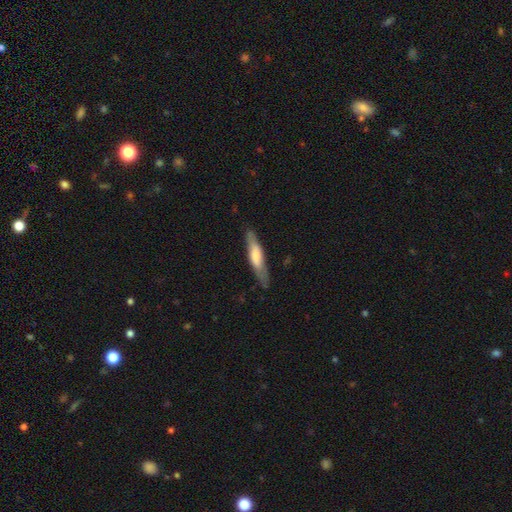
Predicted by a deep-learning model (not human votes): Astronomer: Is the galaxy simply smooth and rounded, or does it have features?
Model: smooth — 56% (runner-up: featured or disk, 39%).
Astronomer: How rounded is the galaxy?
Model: cigar-shaped — 79%.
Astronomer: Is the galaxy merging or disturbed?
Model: none — 78%.